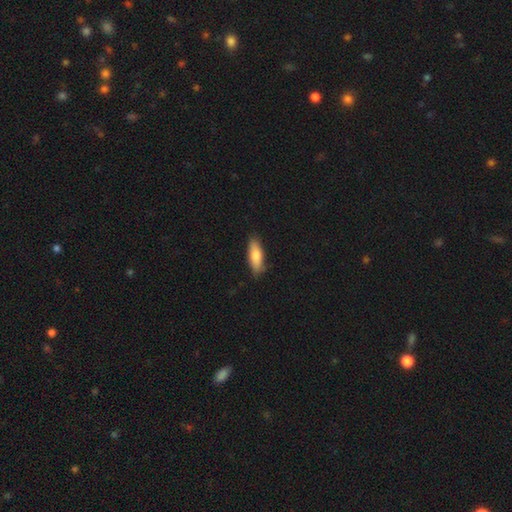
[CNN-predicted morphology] smooth 81%, featured or disk 13%, star or artifact 6%. Down the decision tree: how rounded — in between (59%); merging — none (83%).